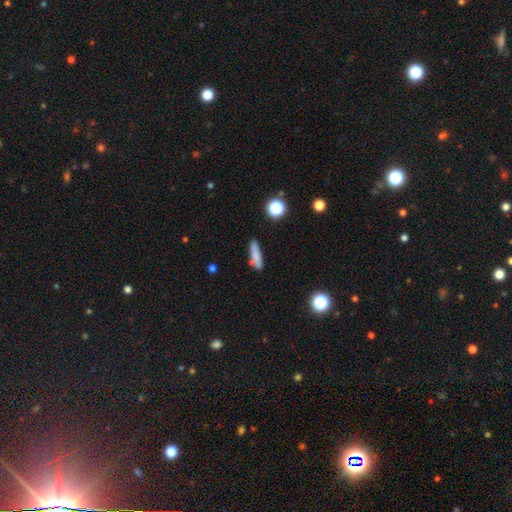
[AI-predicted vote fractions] This is likely a smooth galaxy (76%). How rounded: likely cigar-shaped (73%). Merging: likely none (70%).